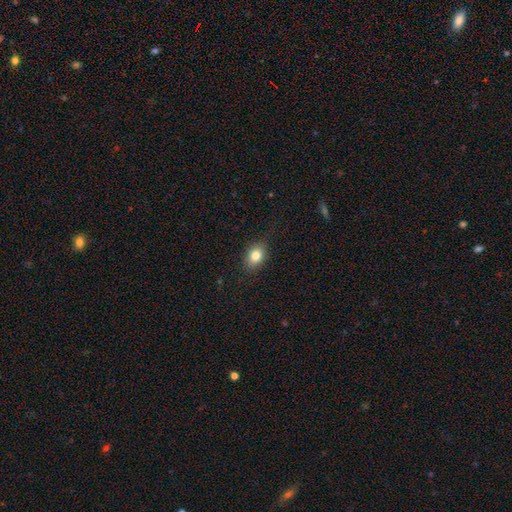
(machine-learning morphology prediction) Q: Smooth or featured?
A: smooth (81%); runner-up: star or artifact (10%)
Q: How rounded?
A: in between (71%); runner-up: round (28%)
Q: Merging?
A: none (84%); runner-up: minor disturbance (12%)